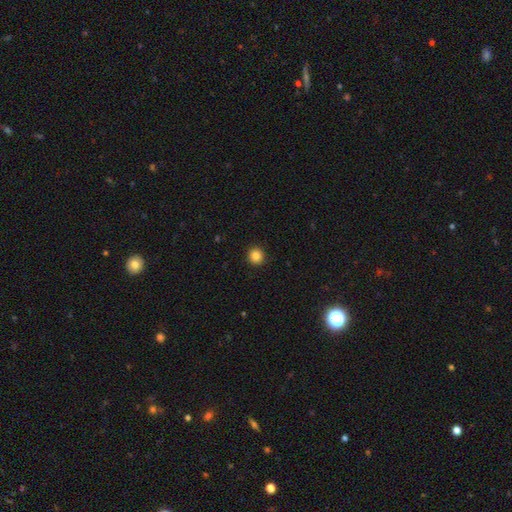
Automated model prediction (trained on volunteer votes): Overall: smooth (85%). How rounded: round (94%). Merging: none (93%).